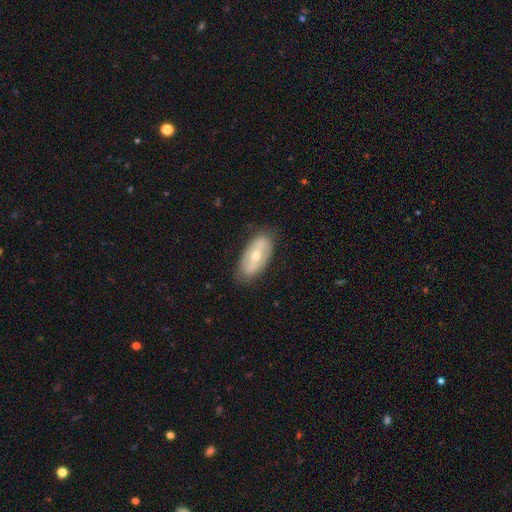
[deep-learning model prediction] Morphology: type=featured or disk (58%); edge-on=no (85%); merging=none (82%).